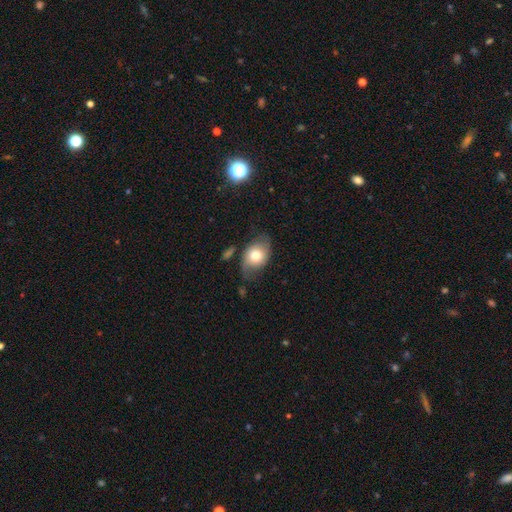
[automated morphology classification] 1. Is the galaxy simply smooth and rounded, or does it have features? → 62% smooth, 31% featured or disk, 7% star or artifact.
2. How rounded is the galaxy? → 74% in between, 25% round, 1% cigar-shaped.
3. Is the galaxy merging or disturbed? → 57% none, 29% minor disturbance, 11% major disturbance, 3% merger.